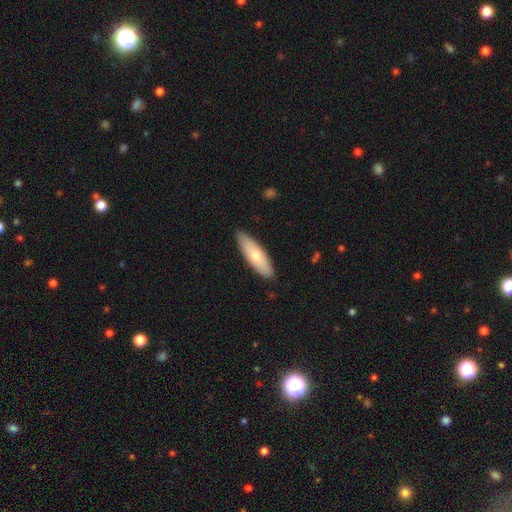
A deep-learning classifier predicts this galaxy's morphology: Smooth or featured: smooth — 68% (featured or disk — 27%)
How rounded: cigar-shaped — 57% (in between — 42%)
Merging: none — 87% (minor disturbance — 10%)